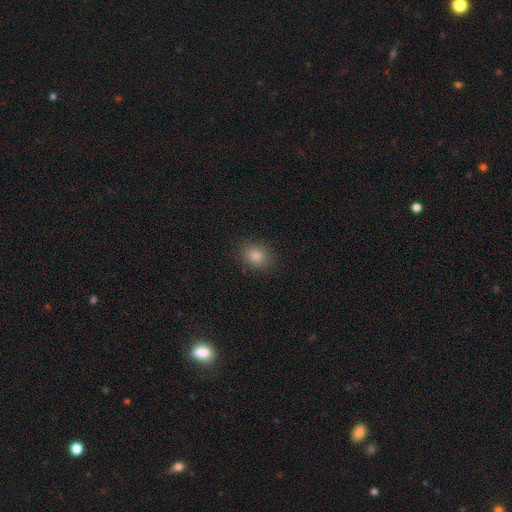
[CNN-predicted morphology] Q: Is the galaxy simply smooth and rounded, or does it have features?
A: smooth — 81%.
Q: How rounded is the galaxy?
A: in between — 52%.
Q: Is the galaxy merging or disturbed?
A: none — 89%.